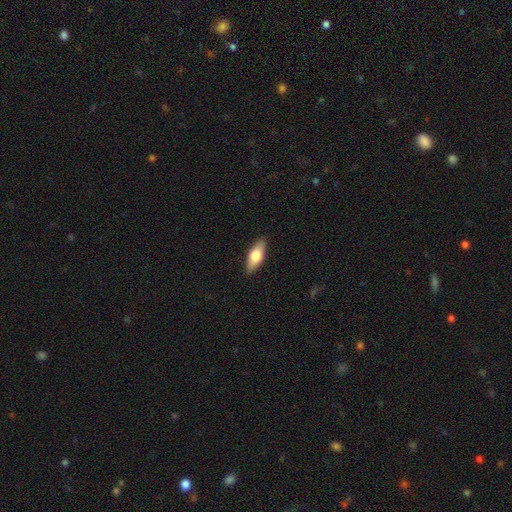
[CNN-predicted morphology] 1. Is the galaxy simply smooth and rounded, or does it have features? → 68% smooth, 26% featured or disk, 6% star or artifact.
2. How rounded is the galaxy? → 73% in between, 24% cigar-shaped, 3% round.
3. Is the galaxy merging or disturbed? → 88% none, 9% minor disturbance, 2% major disturbance, 1% merger.